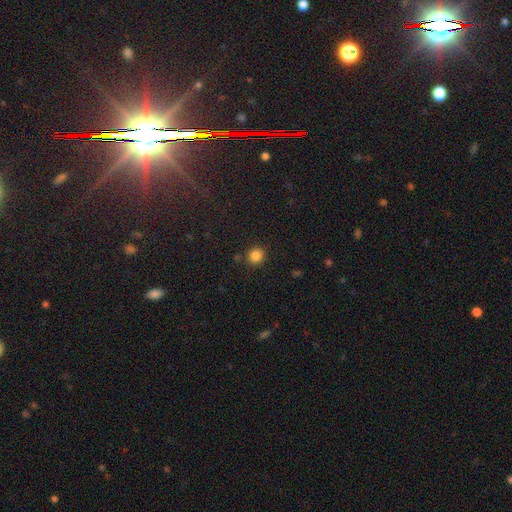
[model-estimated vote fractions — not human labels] Morphology: type=smooth (84%); roundness=round (88%); merging=none (86%).